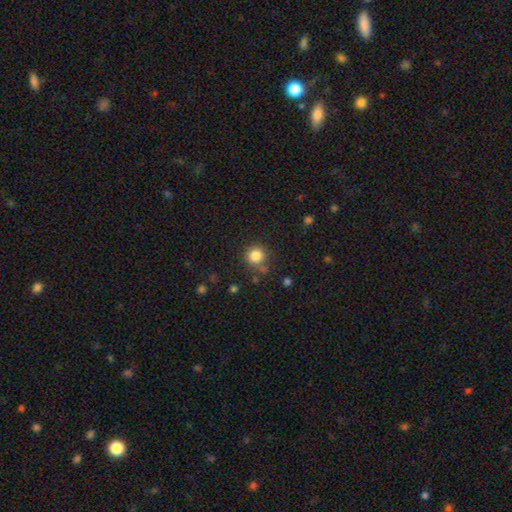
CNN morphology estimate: The model was most divided on "merging": none: 79%, minor disturbance: 11%, merger: 6%, major disturbance: 4%. More confident: how rounded — round (93%); smooth or featured — smooth (83%).